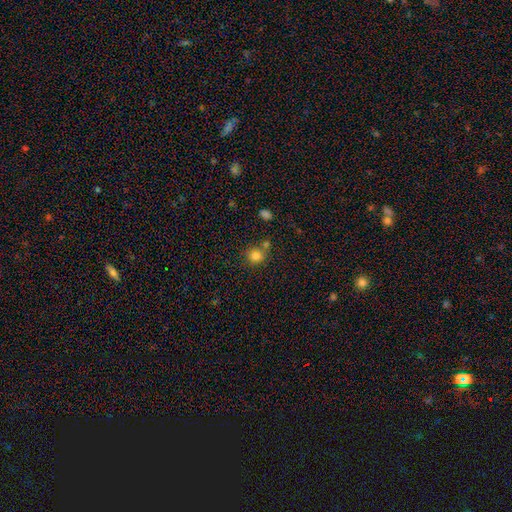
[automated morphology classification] Smooth or featured? Predicted: smooth (p=0.82). How rounded? Predicted: round (p=0.86). Merging? Predicted: none (p=0.68).